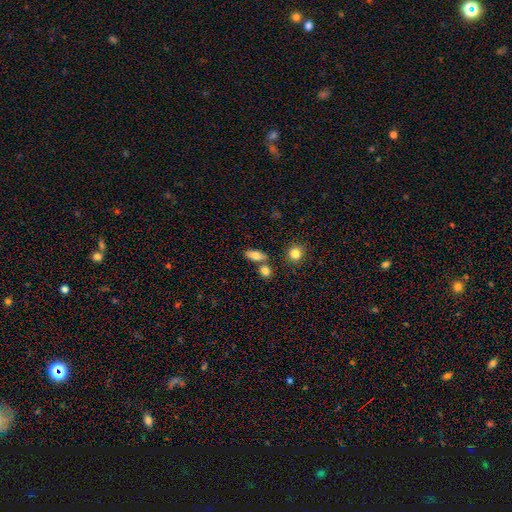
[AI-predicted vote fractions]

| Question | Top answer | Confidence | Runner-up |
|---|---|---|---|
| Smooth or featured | smooth | 78% | featured or disk (14%) |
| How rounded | in between | 78% | cigar-shaped (14%) |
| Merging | none | 68% | merger (17%) |